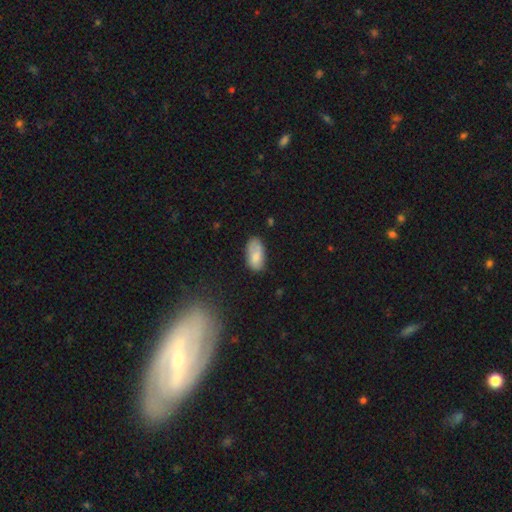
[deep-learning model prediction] Overall: smooth (77%). How rounded: in between (94%). Merging: none (58%; minor disturbance 28%).